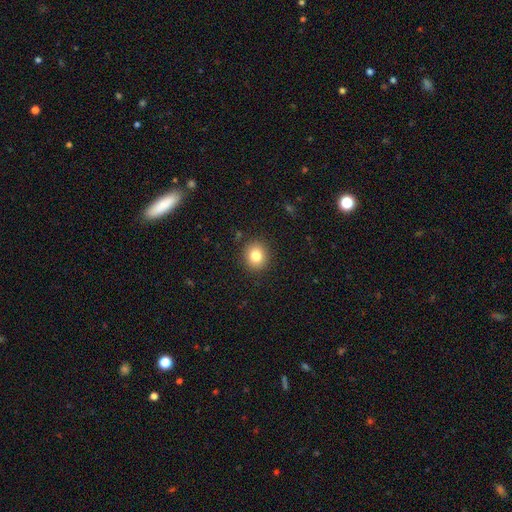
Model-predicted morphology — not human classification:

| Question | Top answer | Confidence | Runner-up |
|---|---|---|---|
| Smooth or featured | smooth | 82% | star or artifact (10%) |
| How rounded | round | 80% | in between (19%) |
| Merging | none | 90% | minor disturbance (7%) |